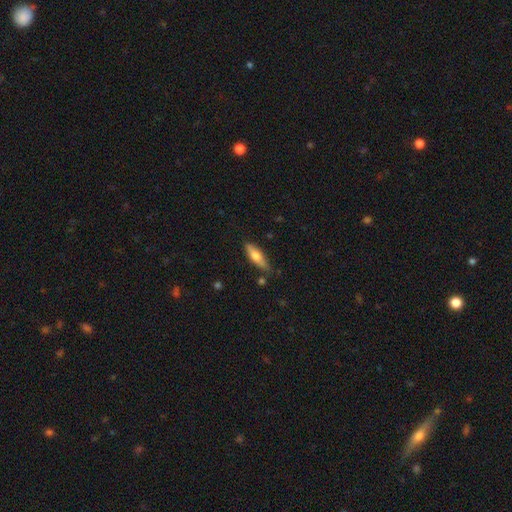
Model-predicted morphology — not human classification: smooth-or-featured: smooth: 60% | featured or disk: 34% | star or artifact: 6%
  how-rounded: cigar-shaped: 52% | in between: 46% | round: 2%
  merging: none: 79% | minor disturbance: 16% | merger: 3% | major disturbance: 3%